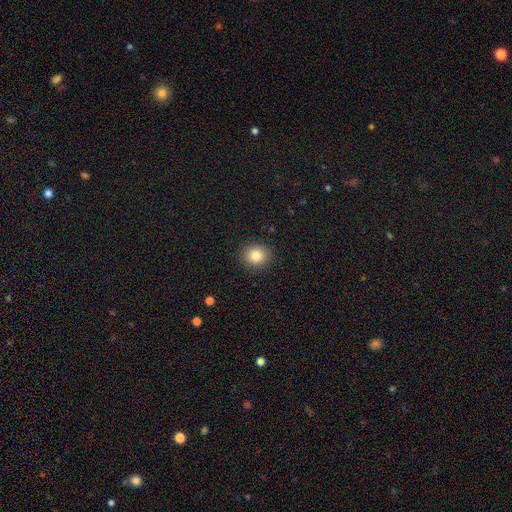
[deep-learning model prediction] smooth_or_featured: smooth (p=0.84) [alt: star or artifact p=0.10]
how_rounded: round (p=0.81) [alt: in between p=0.18]
merging: none (p=0.91) [alt: minor disturbance p=0.06]